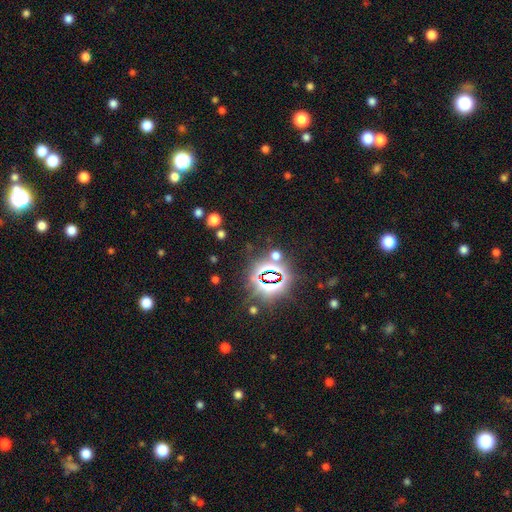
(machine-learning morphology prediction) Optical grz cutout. It shows a star or artifact, not a galaxy (82%).